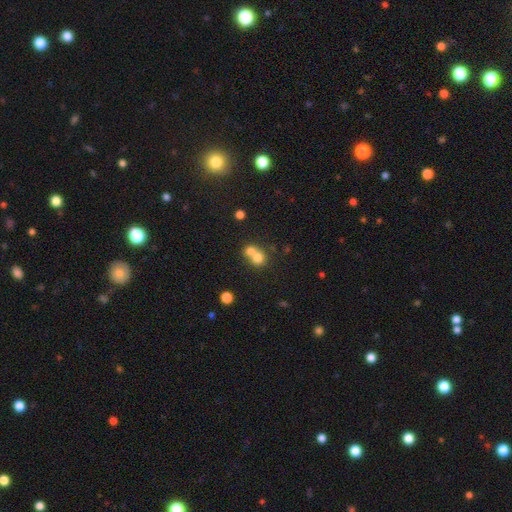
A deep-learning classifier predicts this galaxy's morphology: smooth_or_featured: smooth (p=0.72) [alt: featured or disk p=0.16]
how_rounded: round (p=0.80) [alt: in between p=0.20]
merging: merger (p=0.64) [alt: none p=0.29]